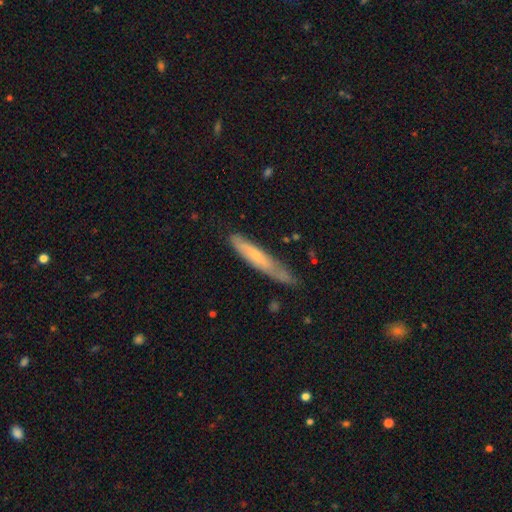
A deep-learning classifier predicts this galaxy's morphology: Q: Smooth or featured?
A: smooth (54%); runner-up: featured or disk (41%)
Q: How rounded?
A: cigar-shaped (89%); runner-up: in between (9%)
Q: Merging?
A: none (60%); runner-up: minor disturbance (30%)